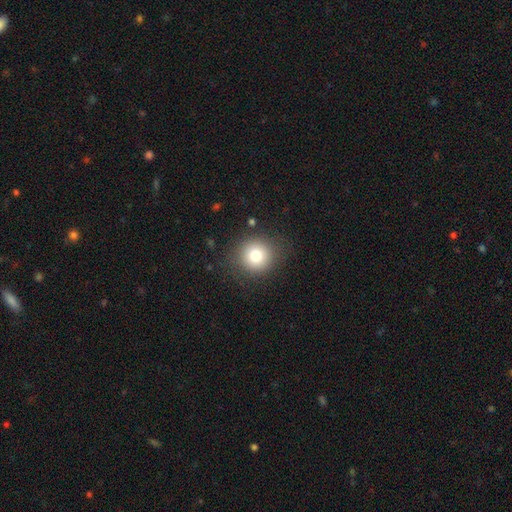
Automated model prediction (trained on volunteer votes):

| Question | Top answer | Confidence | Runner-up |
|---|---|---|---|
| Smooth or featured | smooth | 78% | star or artifact (12%) |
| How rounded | round | 90% | in between (9%) |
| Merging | none | 86% | minor disturbance (9%) |